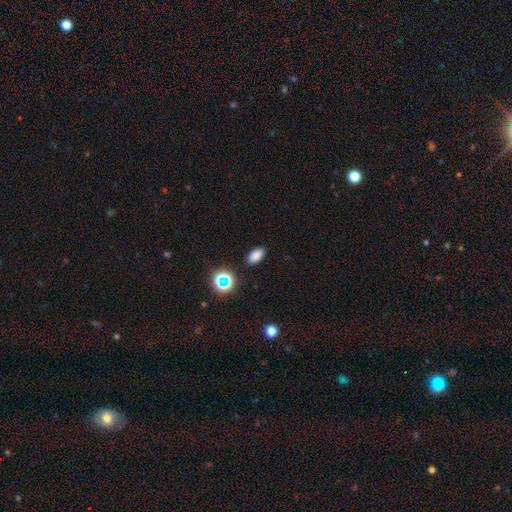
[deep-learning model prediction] smooth-or-featured: smooth: 80% | star or artifact: 16% | featured or disk: 5%
  how-rounded: in between: 89% | round: 8% | cigar-shaped: 3%
  merging: none: 87% | minor disturbance: 9% | major disturbance: 3% | merger: 2%